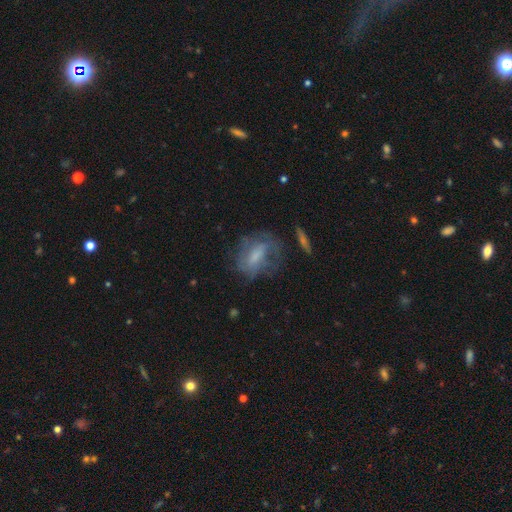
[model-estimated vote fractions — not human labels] Q: Smooth or featured?
A: featured or disk (48%); runner-up: smooth (41%)
Q: Merging?
A: none (51%); runner-up: minor disturbance (23%)